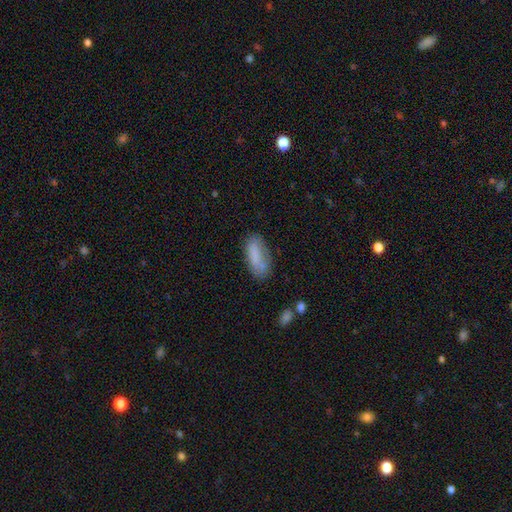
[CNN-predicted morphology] smooth_or_featured: smooth (p=0.77) [alt: featured or disk p=0.15]
how_rounded: in between (p=0.75) [alt: cigar-shaped p=0.23]
merging: none (p=0.61) [alt: minor disturbance p=0.25]